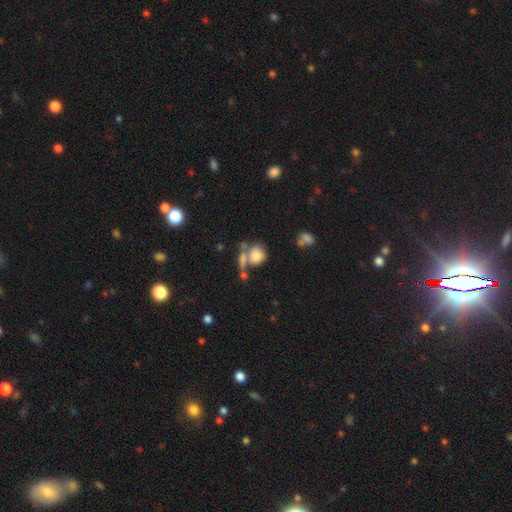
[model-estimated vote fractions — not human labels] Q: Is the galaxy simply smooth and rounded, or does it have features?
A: smooth — 76%.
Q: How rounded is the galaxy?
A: round — 70%.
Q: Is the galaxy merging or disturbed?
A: none — 39%.